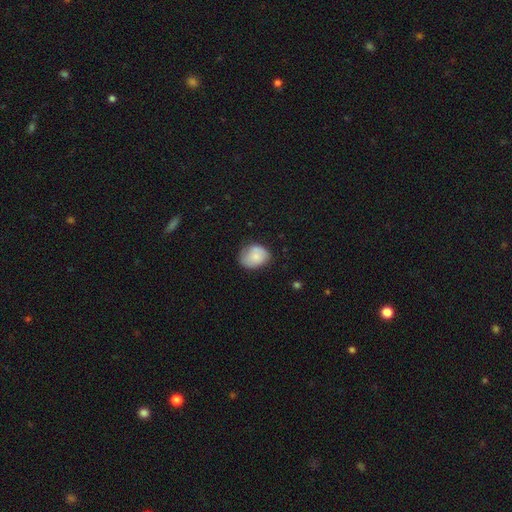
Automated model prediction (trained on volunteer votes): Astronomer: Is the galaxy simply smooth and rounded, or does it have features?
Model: smooth — 76%.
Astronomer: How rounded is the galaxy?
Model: in between — 56% (runner-up: round, 43%).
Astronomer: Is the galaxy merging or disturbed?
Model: none — 62%.